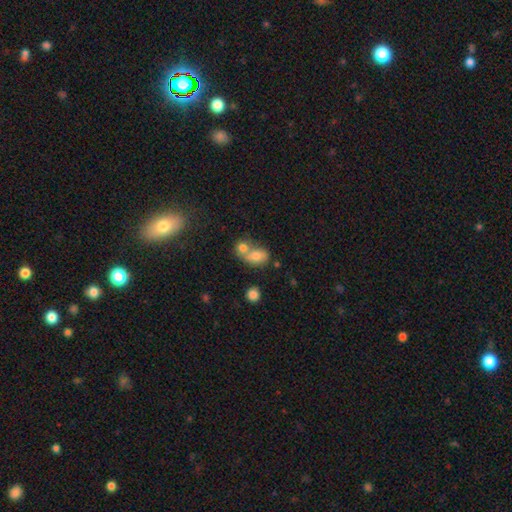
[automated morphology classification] A smooth galaxy with no disk features (72%) that is in between round and cigar-shaped (69%).

Vote fractions:
- Smooth or featured? smooth: 72% / featured or disk: 16% / star or artifact: 13%
- How rounded? in between: 69% / round: 29% / cigar-shaped: 2%
- Merging? merger: 57% / none: 29% / minor disturbance: 9% / major disturbance: 5%